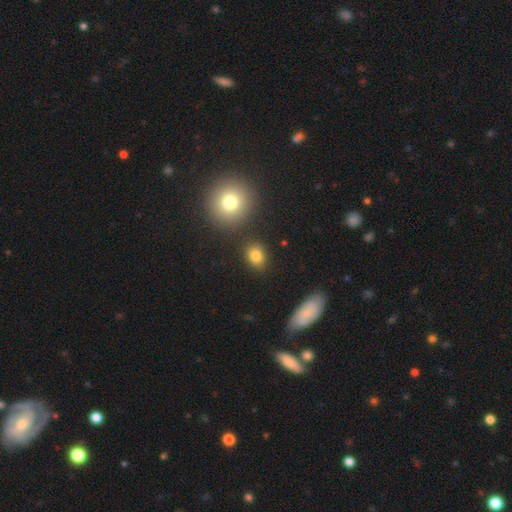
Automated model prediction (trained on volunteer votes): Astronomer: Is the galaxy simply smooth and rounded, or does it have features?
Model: smooth — 82%.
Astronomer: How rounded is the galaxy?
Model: in between — 51% (runner-up: round, 48%).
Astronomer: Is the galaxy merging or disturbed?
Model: none — 82%.